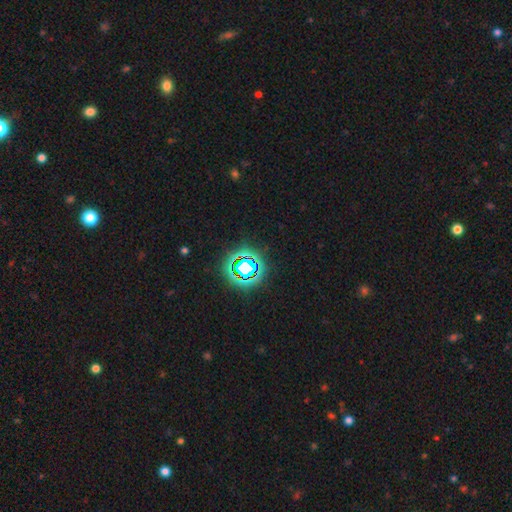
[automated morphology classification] A star or artifact, not a galaxy (79%).